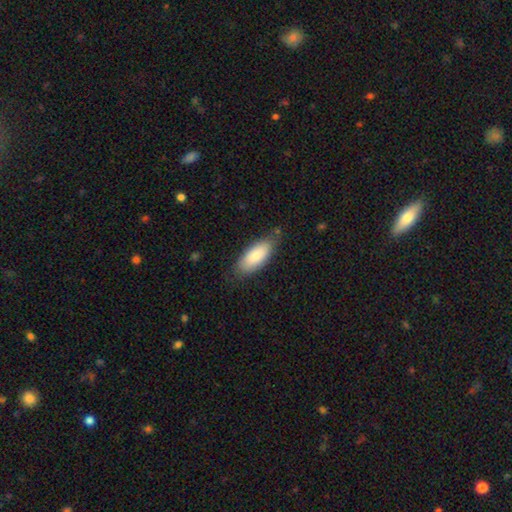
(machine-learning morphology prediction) Smooth or featured? smooth (82%)
How rounded? in between (84%)
Merging? none (77%)